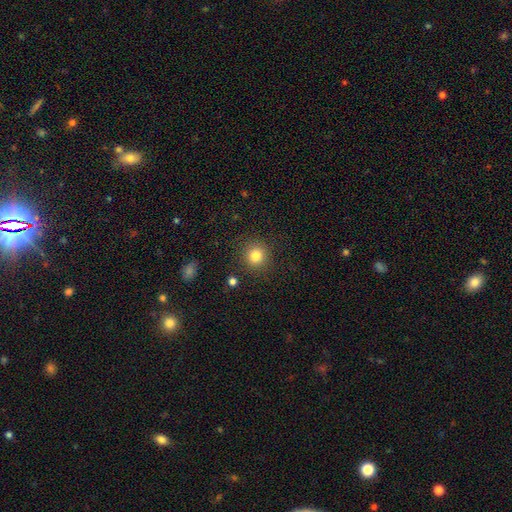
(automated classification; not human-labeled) smooth 82%, star or artifact 12%, featured or disk 6%. Down the decision tree: how rounded — round (91%); merging — none (88%).